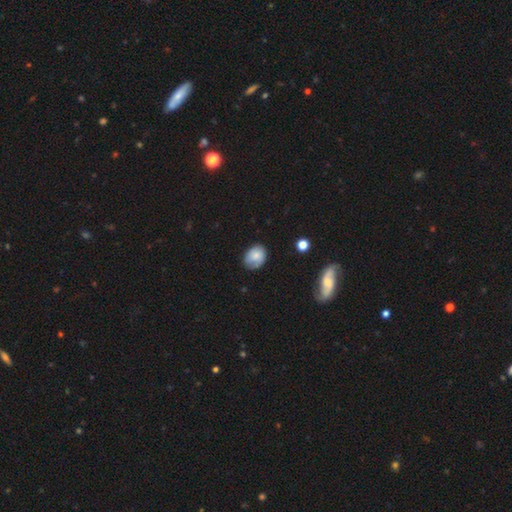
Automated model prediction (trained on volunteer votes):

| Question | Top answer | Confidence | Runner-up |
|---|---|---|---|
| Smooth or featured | smooth | 76% | featured or disk (16%) |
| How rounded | in between | 55% | round (44%) |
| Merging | none | 65% | minor disturbance (27%) |